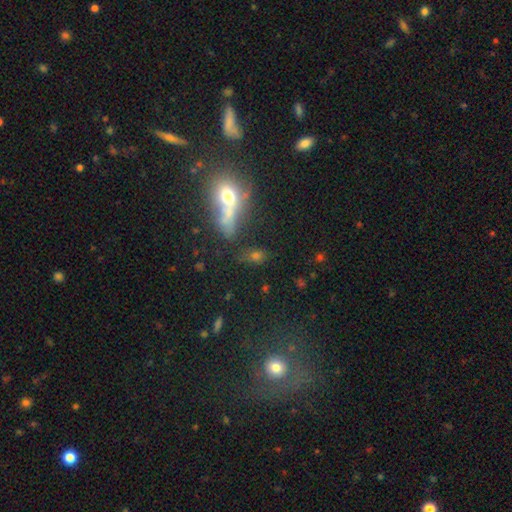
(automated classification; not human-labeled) A smooth galaxy with no disk features (56%) that is in between round and cigar-shaped (61%).

Vote fractions:
- Smooth or featured? smooth: 56% / star or artifact: 25% / featured or disk: 19%
- How rounded? in between: 61% / round: 25% / cigar-shaped: 14%
- Merging? none: 52% / merger: 22% / minor disturbance: 14% / major disturbance: 12%